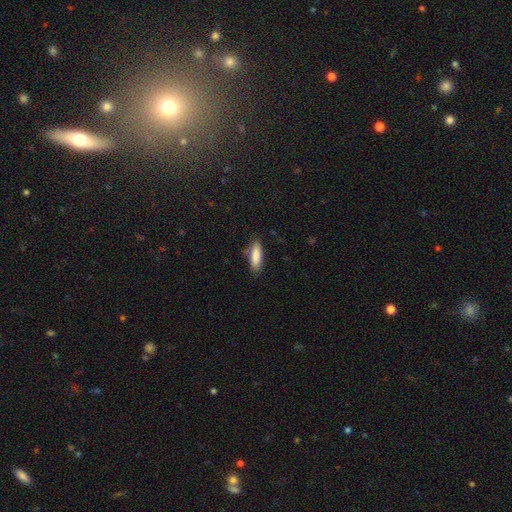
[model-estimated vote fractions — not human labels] Q: Smooth or featured?
A: smooth (87%); runner-up: featured or disk (7%)
Q: How rounded?
A: cigar-shaped (51%); runner-up: in between (47%)
Q: Merging?
A: none (81%); runner-up: minor disturbance (14%)